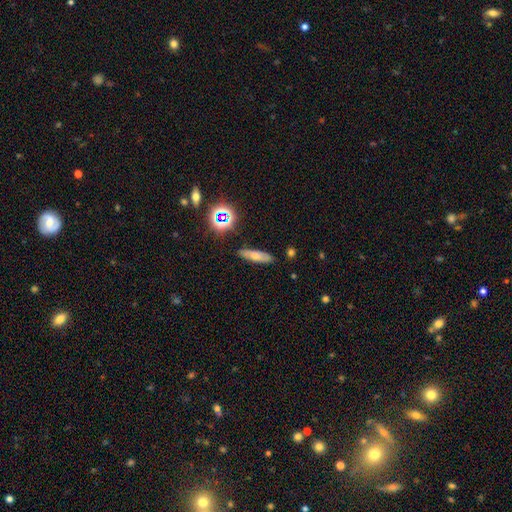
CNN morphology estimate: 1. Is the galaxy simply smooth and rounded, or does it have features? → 62% smooth, 25% featured or disk, 14% star or artifact.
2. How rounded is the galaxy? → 58% cigar-shaped, 37% in between, 5% round.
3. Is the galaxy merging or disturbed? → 83% none, 12% minor disturbance, 3% major disturbance, 2% merger.